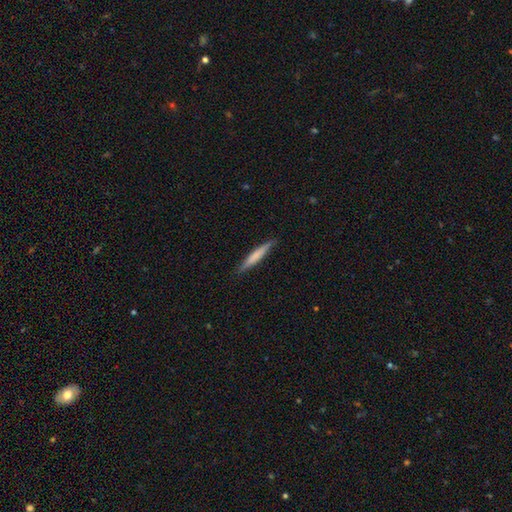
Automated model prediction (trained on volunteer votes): Q: Smooth or featured?
A: smooth (64%); runner-up: featured or disk (31%)
Q: How rounded?
A: cigar-shaped (95%); runner-up: in between (4%)
Q: Merging?
A: none (88%); runner-up: minor disturbance (9%)